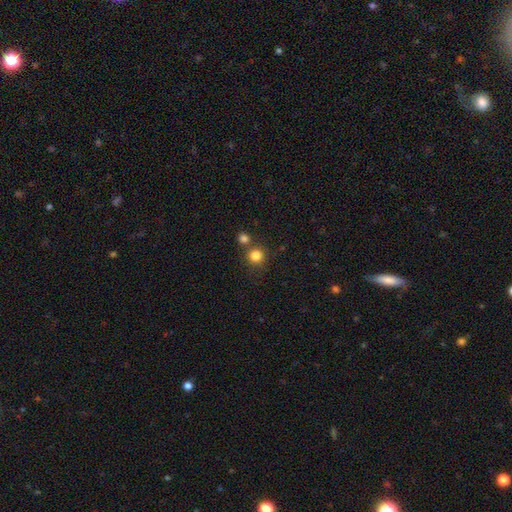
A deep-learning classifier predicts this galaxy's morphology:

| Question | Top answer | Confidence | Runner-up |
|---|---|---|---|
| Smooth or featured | smooth | 83% | star or artifact (12%) |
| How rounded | round | 92% | in between (7%) |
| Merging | none | 71% | merger (18%) |